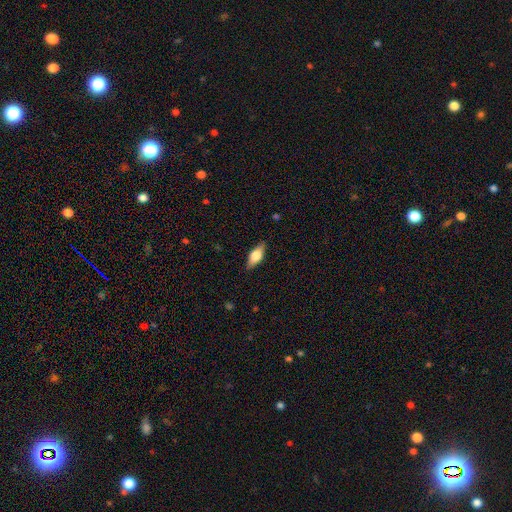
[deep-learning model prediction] Morphology: type=smooth (61%); roundness=in between (77%); merging=none (85%).